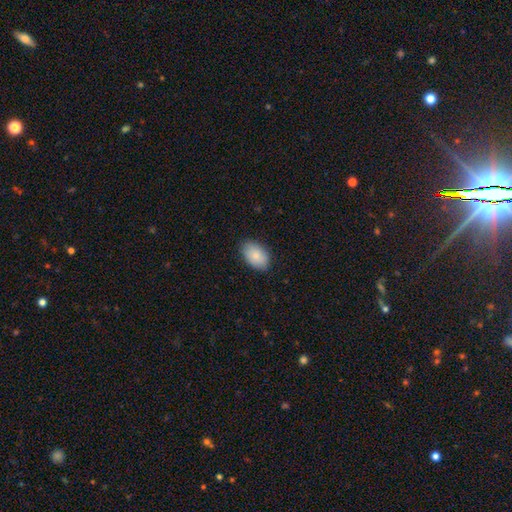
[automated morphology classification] Overall: smooth (86%). How rounded: in between (91%). Merging: none (85%).